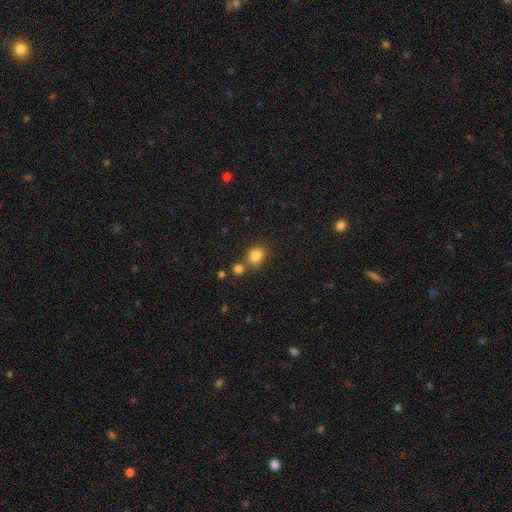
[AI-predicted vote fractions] Smooth or featured? smooth (82%)
How rounded? round (62%)
Merging? none (63%)